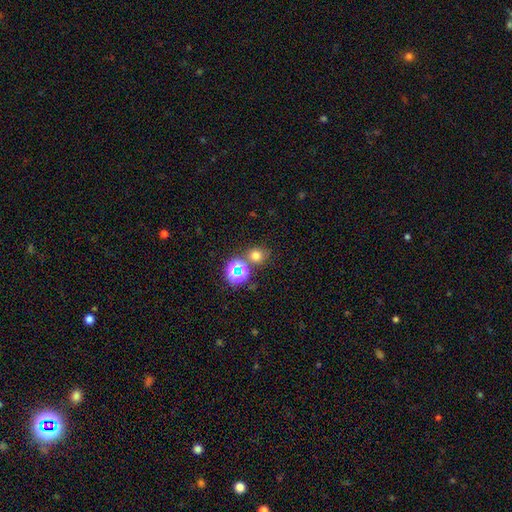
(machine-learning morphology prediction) smooth-or-featured: smooth: 67% | star or artifact: 26% | featured or disk: 7%
  how-rounded: round: 86% | in between: 13% | cigar-shaped: 1%
  merging: none: 70% | merger: 16% | minor disturbance: 9% | major disturbance: 4%